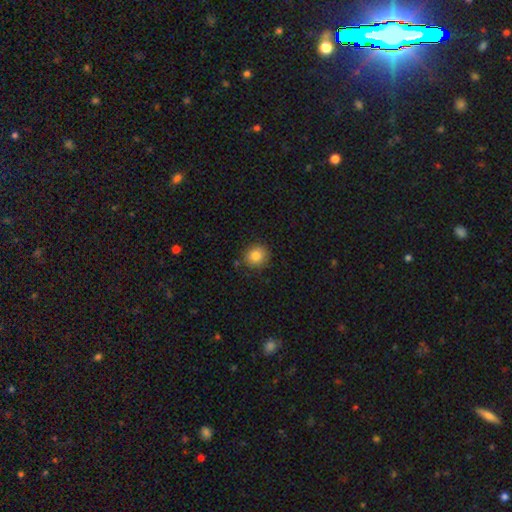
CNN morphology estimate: This appears to be a smooth galaxy with no disk features (84%) that is round (84%). Merging: none (84%).